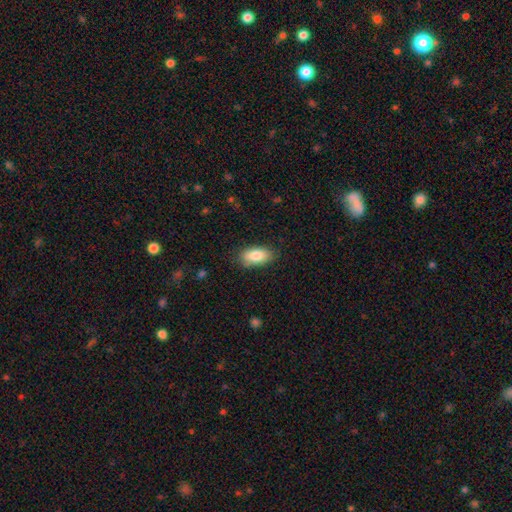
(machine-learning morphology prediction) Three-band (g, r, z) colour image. It shows a smooth galaxy with no disk features (84%) that is in between round and cigar-shaped (90%). Merging: none (82%).